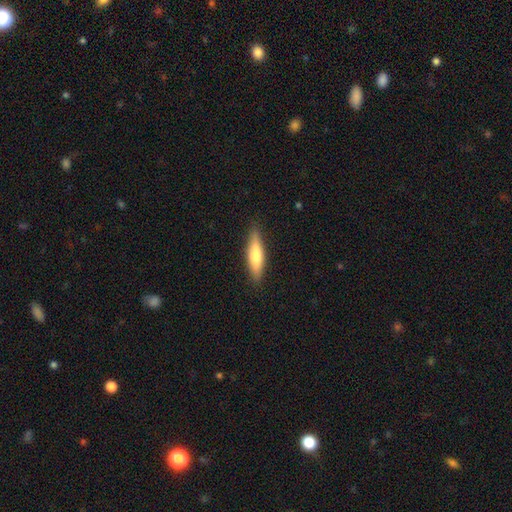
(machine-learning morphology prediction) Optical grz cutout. It shows a smooth galaxy with no disk features (71%) that is cigar-shaped (75%). Merging: none (87%).